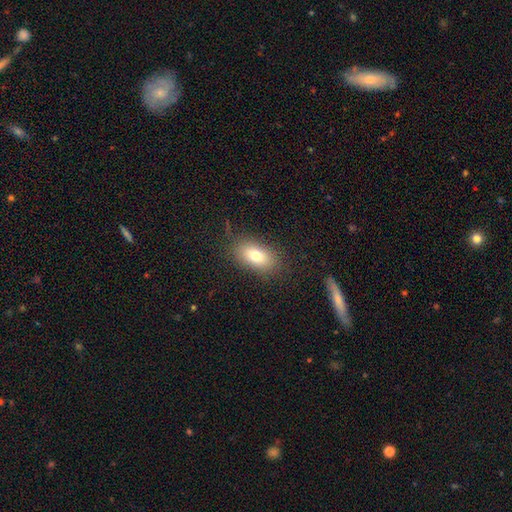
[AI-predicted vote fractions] The model was most divided on "smooth or featured": smooth: 76%, featured or disk: 14%, star or artifact: 10%. More confident: how rounded — in between (87%); merging — none (83%).